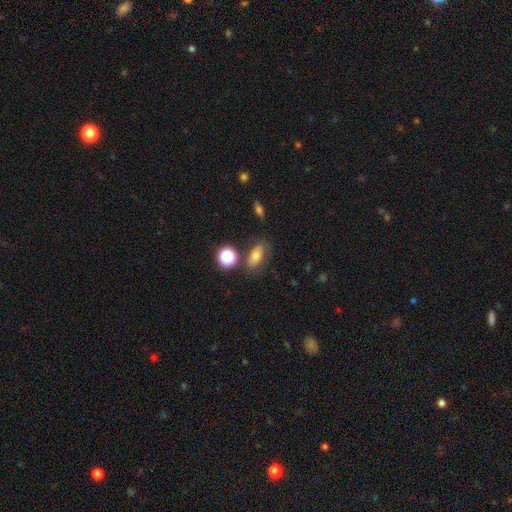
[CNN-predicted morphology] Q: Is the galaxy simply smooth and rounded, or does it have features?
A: smooth — 64%.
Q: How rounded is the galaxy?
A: in between — 76%.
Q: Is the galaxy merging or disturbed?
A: none — 66%.